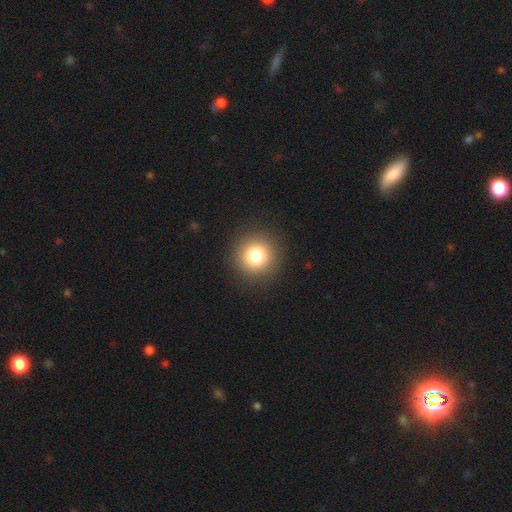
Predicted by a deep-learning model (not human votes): This is likely a smooth galaxy (80%). How rounded: clearly round (95%). Merging: clearly none (92%).